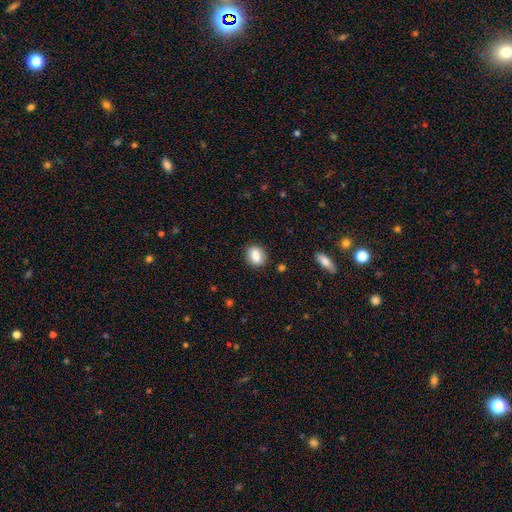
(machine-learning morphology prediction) Overall: smooth (84%). How rounded: in between (58%; round 40%). Merging: none (84%).